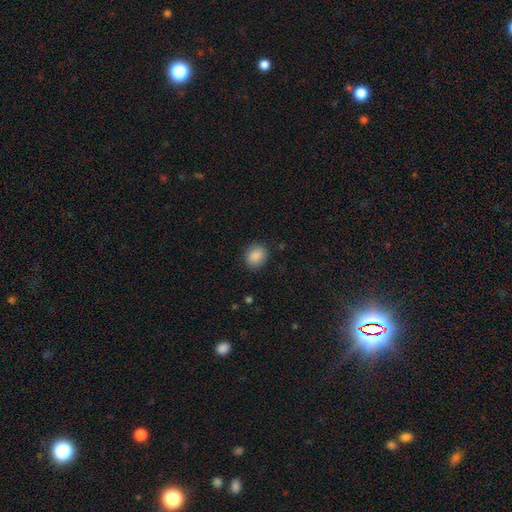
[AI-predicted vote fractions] smooth 88%, star or artifact 8%, featured or disk 4%. Down the decision tree: how rounded — round (61%); merging — none (87%).